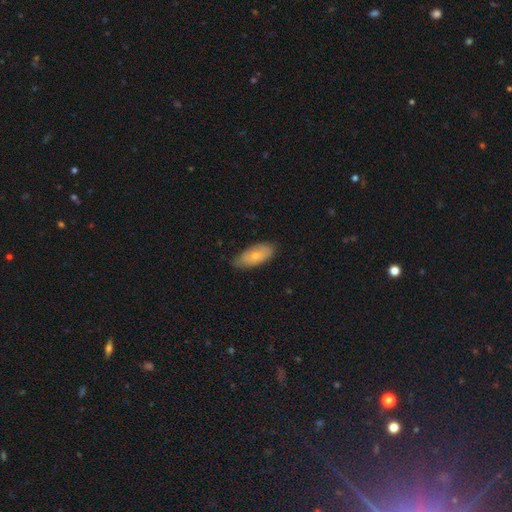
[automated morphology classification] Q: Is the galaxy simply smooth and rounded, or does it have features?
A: smooth — 72%.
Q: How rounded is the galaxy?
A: in between — 88%.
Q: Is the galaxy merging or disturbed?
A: none — 72%.